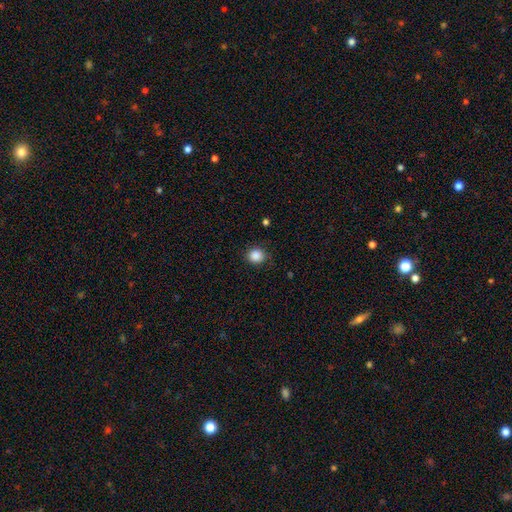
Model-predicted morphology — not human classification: The model was most divided on "how rounded": round: 86%, in between: 13%, cigar-shaped: 1%. More confident: smooth or featured — smooth (87%); merging — none (85%).